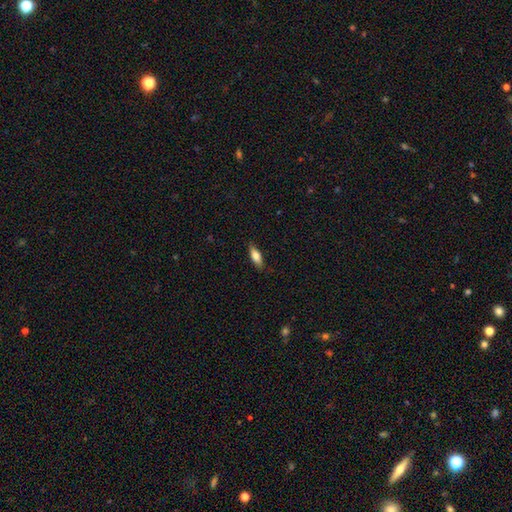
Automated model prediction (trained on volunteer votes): A smooth galaxy with no disk features (76%) that is in between round and cigar-shaped (68%). Merging: none (84%).